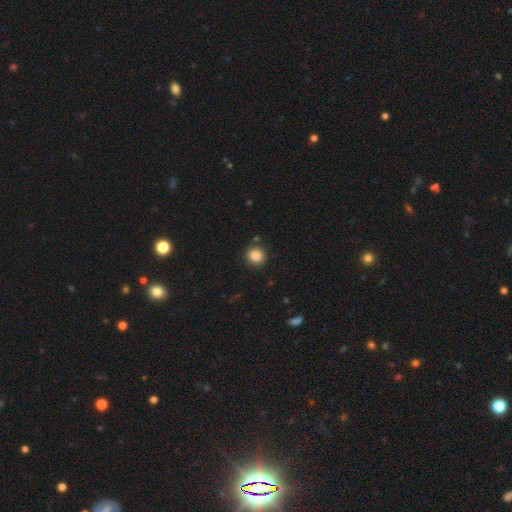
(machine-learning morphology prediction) A smooth galaxy with no disk features (86%) that is round (89%). Merging: none (89%).